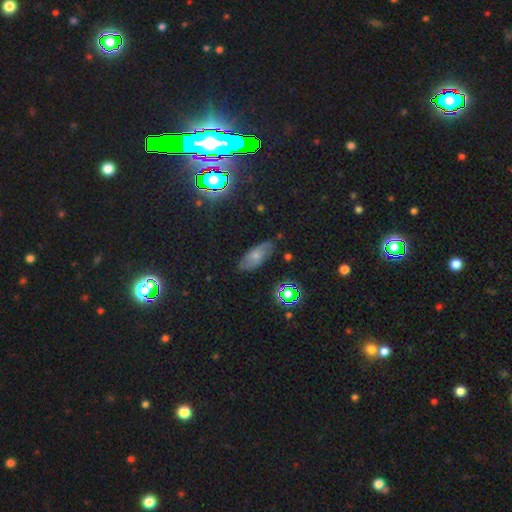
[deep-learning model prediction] Smooth or featured? smooth (51%)
How rounded? in between (84%)
Merging? none (77%)